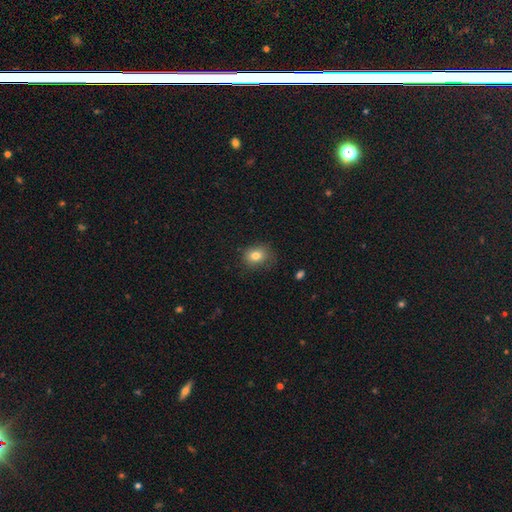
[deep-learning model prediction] Smooth or featured? Predicted: smooth (p=0.80). How rounded? Predicted: round (p=0.54). Merging? Predicted: none (p=0.73).